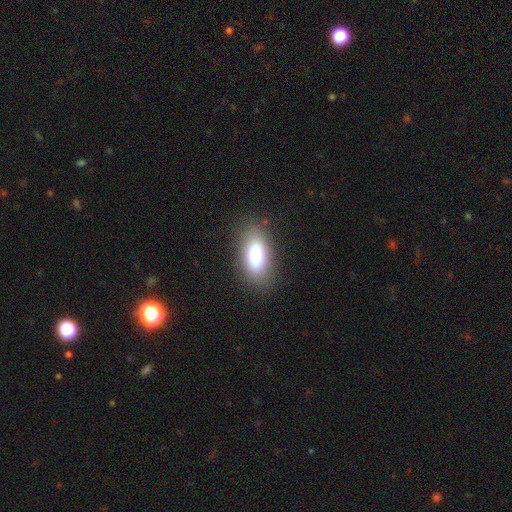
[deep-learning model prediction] The model was most divided on "smooth or featured": smooth: 77%, featured or disk: 13%, star or artifact: 9%. More confident: how rounded — in between (87%); merging — none (85%).